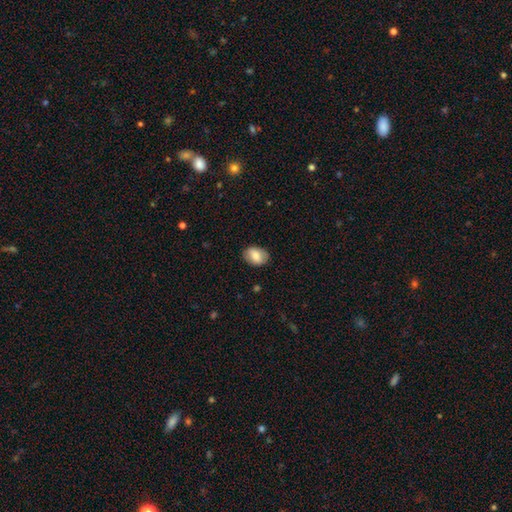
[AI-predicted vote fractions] Overall: smooth (79%). How rounded: in between (80%). Merging: none (84%).